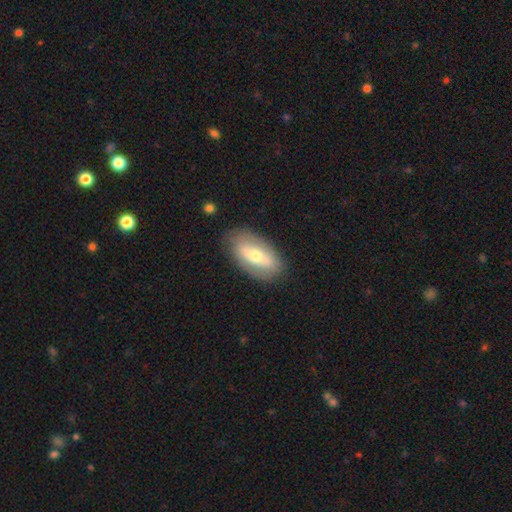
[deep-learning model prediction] This is possibly a smooth galaxy (49%). Merging: clearly none (81%).